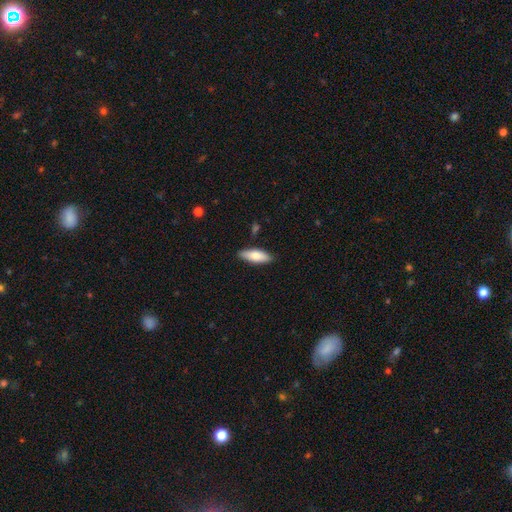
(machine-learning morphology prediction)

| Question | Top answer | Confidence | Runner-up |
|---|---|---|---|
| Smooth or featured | smooth | 75% | featured or disk (19%) |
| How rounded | in between | 66% | cigar-shaped (32%) |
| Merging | none | 86% | minor disturbance (10%) |